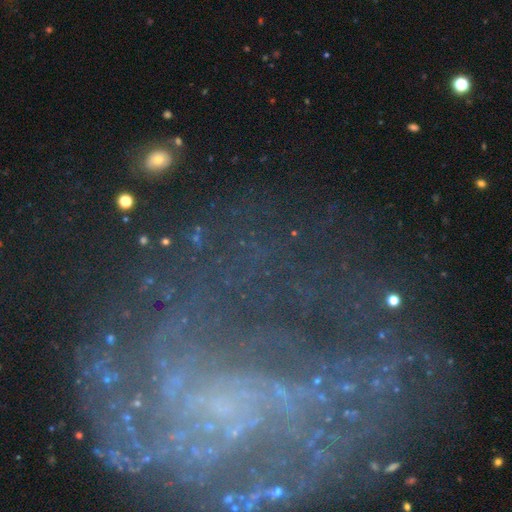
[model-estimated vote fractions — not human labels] Smooth or featured? Predicted: featured or disk (p=0.73). Edge-on disk? Predicted: no (p=0.97). Bar? Predicted: no (p=0.62). Spiral arms? Predicted: yes (p=0.83). Spiral winding? Predicted: tight (p=0.47). Spiral arm count? Predicted: can't tell (p=0.36). Bulge size? Predicted: none (p=0.44). Merging? Predicted: none (p=0.60).